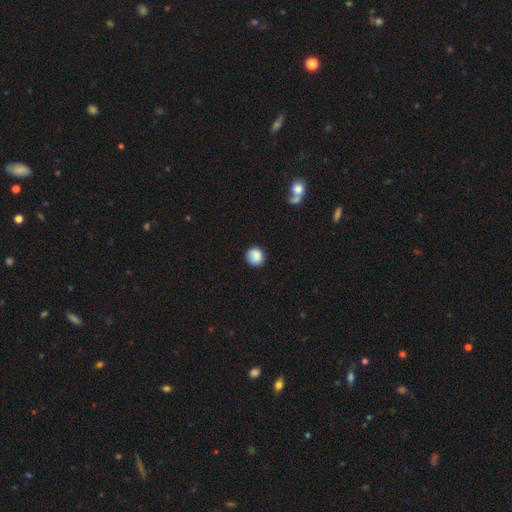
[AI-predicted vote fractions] Smooth or featured: smooth — 87% (star or artifact — 8%)
How rounded: round — 88% (in between — 11%)
Merging: none — 83% (minor disturbance — 12%)